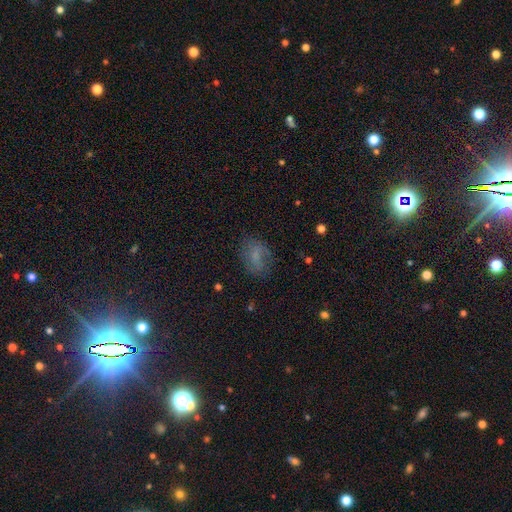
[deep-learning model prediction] Overall: smooth (58%; featured or disk 26%). How rounded: in between (79%). Merging: none (65%).